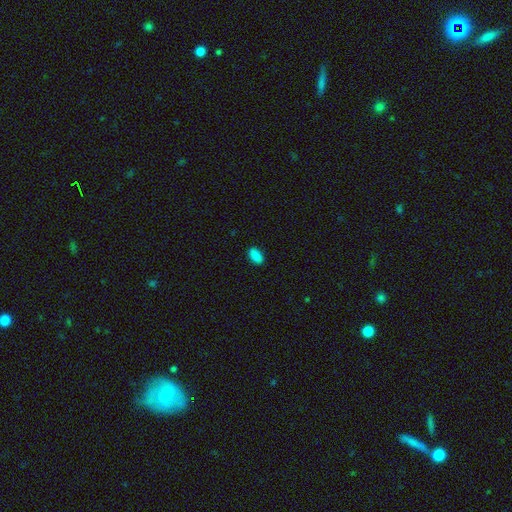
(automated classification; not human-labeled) A smooth galaxy with no disk features (88%) that is in between round and cigar-shaped (91%). Merging: none (88%).